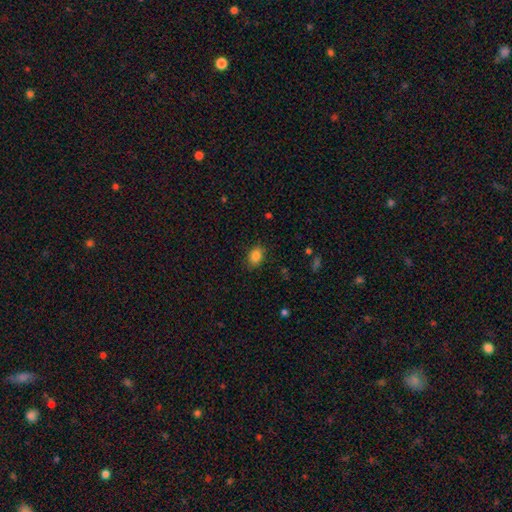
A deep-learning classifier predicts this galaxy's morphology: Q: Smooth or featured?
A: smooth (85%); runner-up: star or artifact (10%)
Q: How rounded?
A: in between (74%); runner-up: round (25%)
Q: Merging?
A: none (85%); runner-up: minor disturbance (11%)